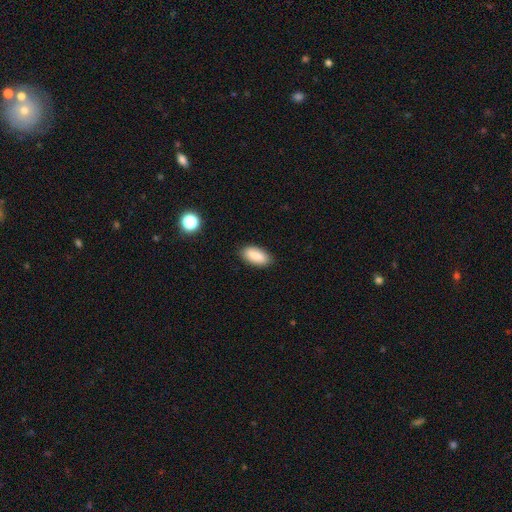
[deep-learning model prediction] Smooth or featured: smooth — 84% (featured or disk — 8%)
How rounded: in between — 88% (cigar-shaped — 9%)
Merging: none — 85% (minor disturbance — 11%)